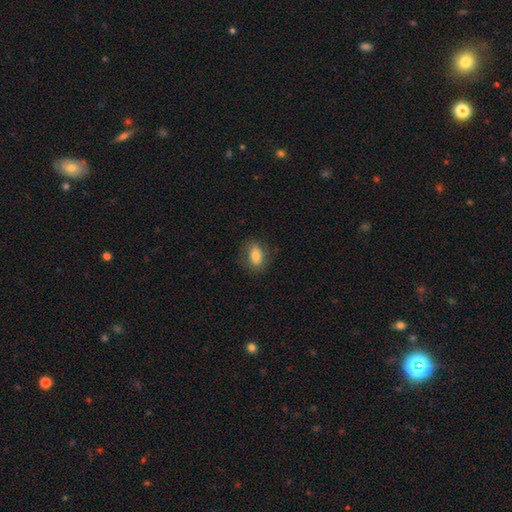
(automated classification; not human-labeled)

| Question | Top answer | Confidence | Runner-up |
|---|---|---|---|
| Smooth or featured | smooth | 78% | featured or disk (14%) |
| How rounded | in between | 81% | round (16%) |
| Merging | none | 79% | minor disturbance (15%) |